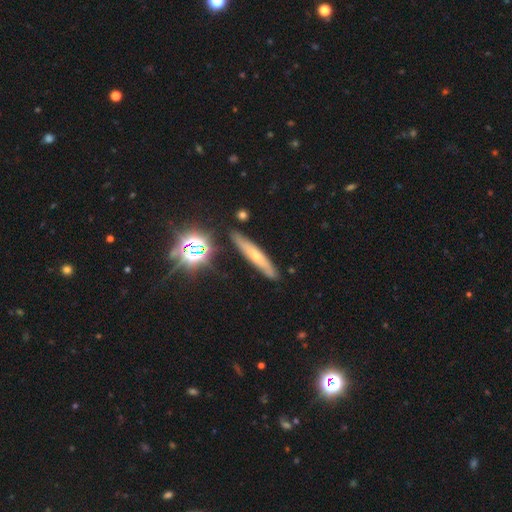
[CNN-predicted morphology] smooth-or-featured: smooth: 48% | featured or disk: 37% | star or artifact: 15%
  merging: none: 86% | minor disturbance: 9% | merger: 2% | major disturbance: 2%